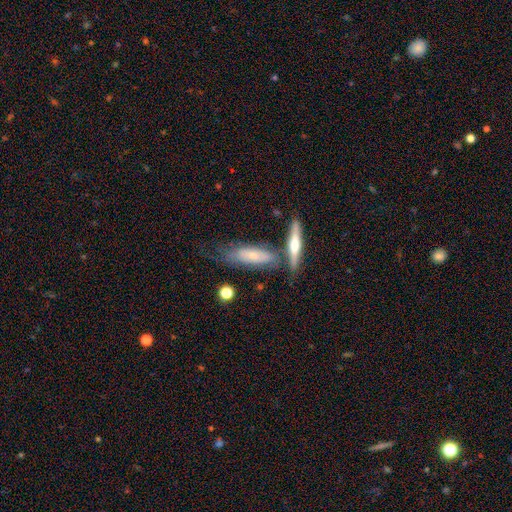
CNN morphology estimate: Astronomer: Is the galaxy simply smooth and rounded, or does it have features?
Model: featured or disk — 50% (runner-up: smooth, 40%).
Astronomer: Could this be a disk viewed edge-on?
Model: yes — 73%.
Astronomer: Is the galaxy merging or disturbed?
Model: none — 57%.